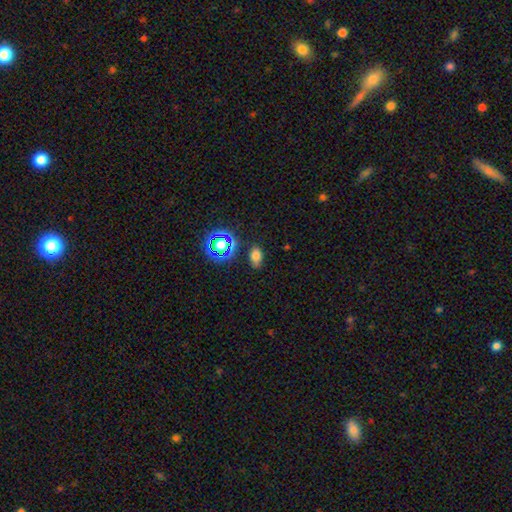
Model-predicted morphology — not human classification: This is likely a smooth galaxy (70%). How rounded: clearly in between (84%). Merging: likely none (78%).